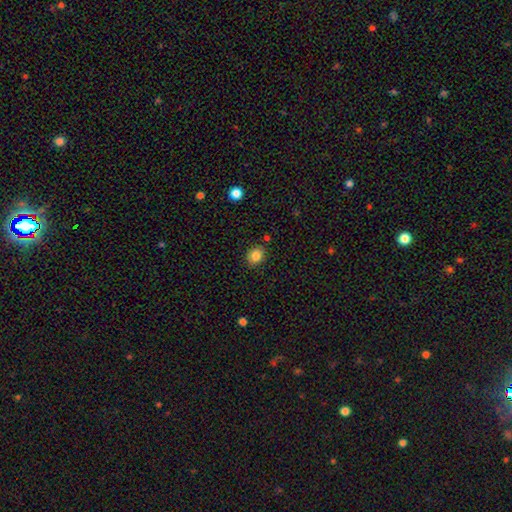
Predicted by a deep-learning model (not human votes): Morphology: type=smooth (84%); roundness=round (56%); merging=none (85%).